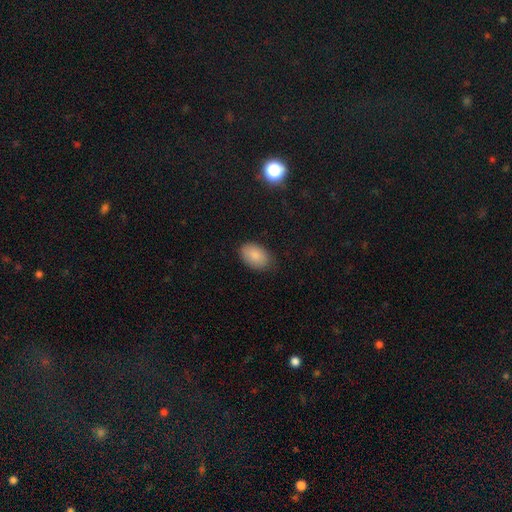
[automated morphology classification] A smooth galaxy with no disk features (87%) that is in between round and cigar-shaped (91%). Merging: none (79%).